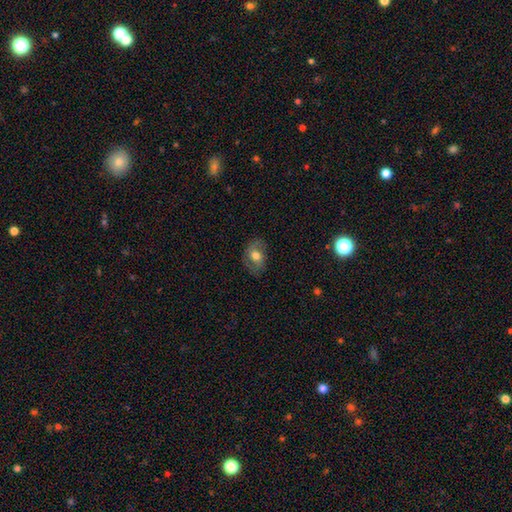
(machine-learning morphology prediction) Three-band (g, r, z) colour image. It shows a smooth galaxy with no disk features (61%) that is in between round and cigar-shaped (73%). Merging: none (72%).